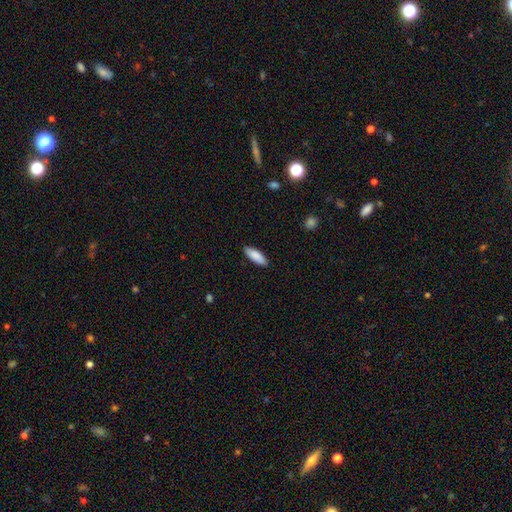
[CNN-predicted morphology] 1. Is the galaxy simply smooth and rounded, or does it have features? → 88% smooth, 6% featured or disk, 6% star or artifact.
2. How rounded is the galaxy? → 58% in between, 40% cigar-shaped, 2% round.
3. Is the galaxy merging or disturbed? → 89% none, 8% minor disturbance, 2% major disturbance, 1% merger.